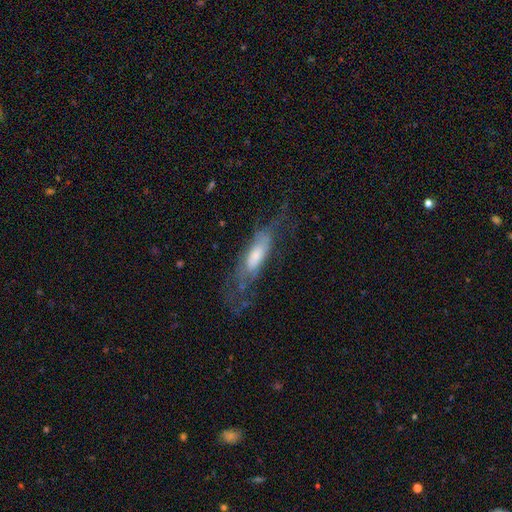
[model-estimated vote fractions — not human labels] smooth-or-featured: featured or disk: 54% | smooth: 39% | star or artifact: 7%
  disk-edge-on: no: 69% | yes: 31%
  merging: none: 49% | major disturbance: 26% | minor disturbance: 23% | merger: 2%